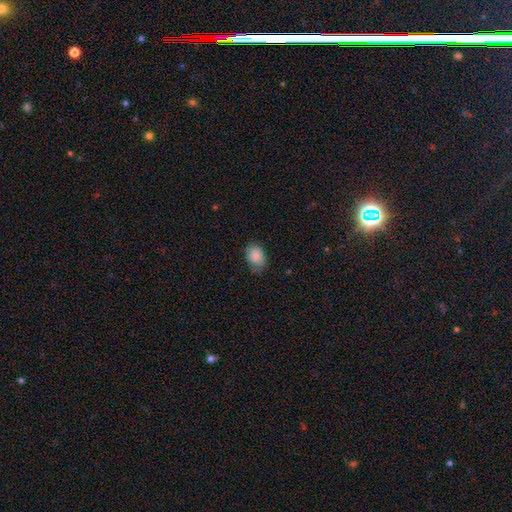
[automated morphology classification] Q: Smooth or featured?
A: smooth (87%); runner-up: star or artifact (7%)
Q: How rounded?
A: in between (73%); runner-up: round (26%)
Q: Merging?
A: none (69%); runner-up: minor disturbance (25%)